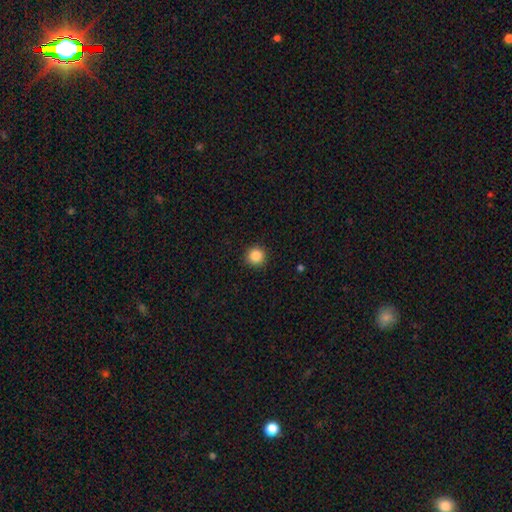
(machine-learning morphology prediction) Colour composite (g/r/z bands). It shows a smooth galaxy with no disk features (87%) that is round (95%). Merging: none (92%).